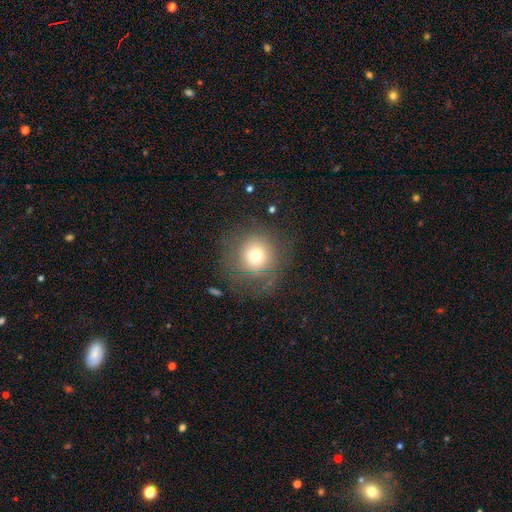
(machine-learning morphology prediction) A smooth galaxy with no disk features (67%) that is round (93%). Merging: none (75%).